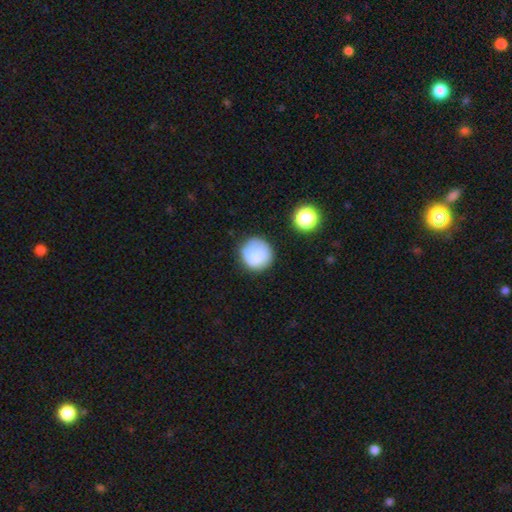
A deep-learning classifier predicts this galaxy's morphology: Smooth or featured? smooth (81%)
How rounded? round (91%)
Merging? none (73%)